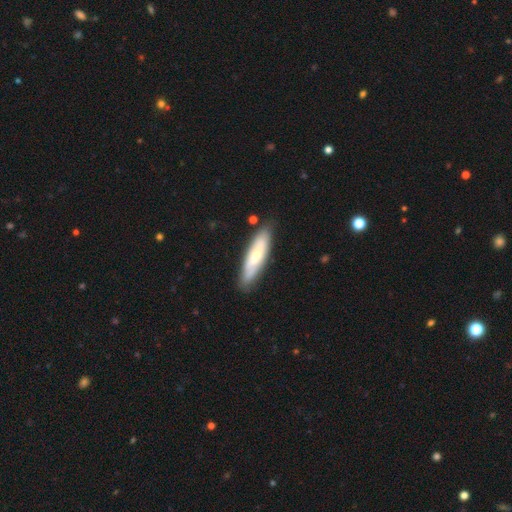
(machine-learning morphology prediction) The model was most divided on "smooth or featured": smooth: 56%, featured or disk: 35%, star or artifact: 8%. More confident: merging — none (85%); how rounded — cigar-shaped (74%).